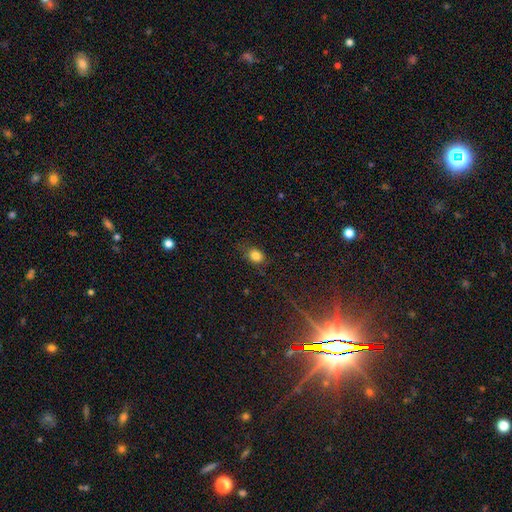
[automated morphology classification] This is clearly a smooth galaxy (81%). How rounded: possibly round (53%). Merging: likely none (75%).